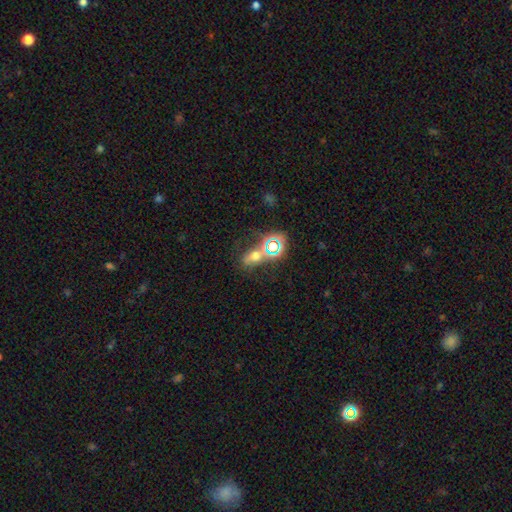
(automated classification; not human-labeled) Smooth or featured: smooth — 42% (star or artifact — 40%)
Merging: none — 52% (merger — 20%)